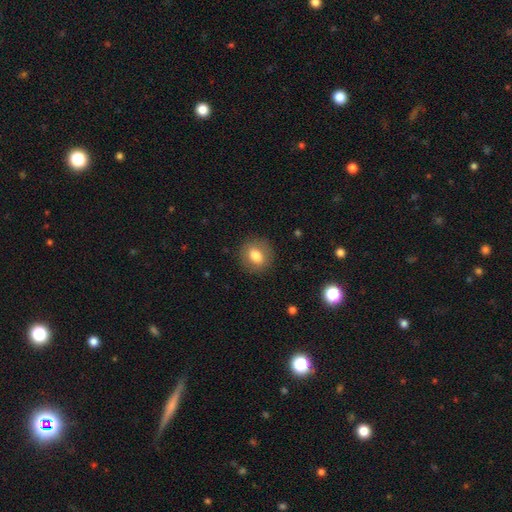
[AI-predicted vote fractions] Overall: smooth (77%). How rounded: round (64%; in between 35%). Merging: none (87%).